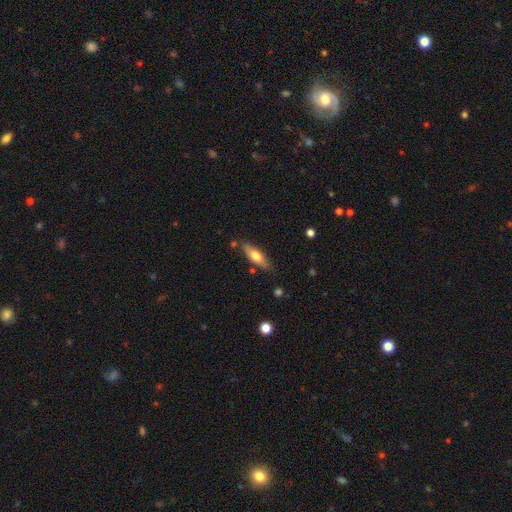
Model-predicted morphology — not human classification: The model was most divided on "how rounded": cigar-shaped: 50%, in between: 48%, round: 2%. More confident: merging — none (79%); smooth or featured — smooth (62%).